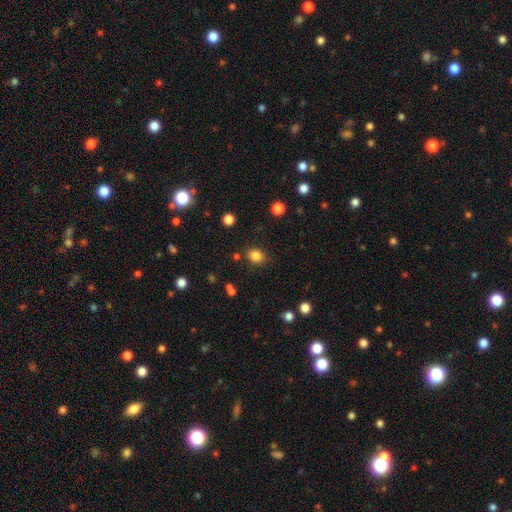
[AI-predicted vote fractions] smooth_or_featured: smooth (p=0.83) [alt: star or artifact p=0.12]
how_rounded: round (p=0.57) [alt: in between p=0.43]
merging: none (p=0.82) [alt: minor disturbance p=0.11]